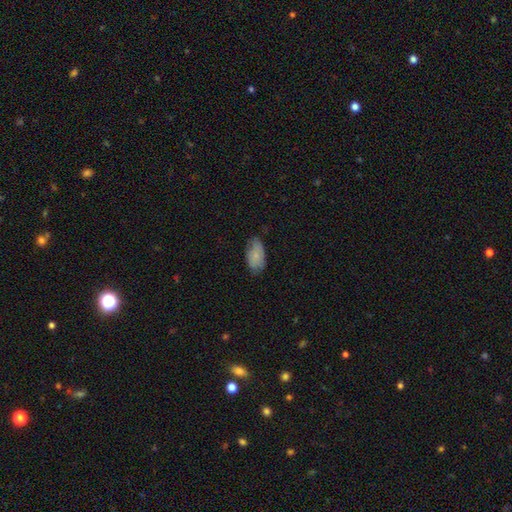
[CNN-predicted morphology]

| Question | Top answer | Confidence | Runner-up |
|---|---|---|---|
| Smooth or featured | smooth | 78% | featured or disk (15%) |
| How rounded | in between | 93% | round (4%) |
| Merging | none | 67% | minor disturbance (27%) |